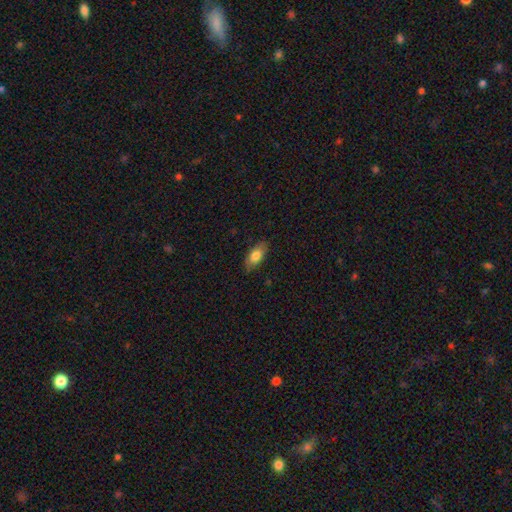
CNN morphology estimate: Smooth or featured? Predicted: smooth (p=0.77). How rounded? Predicted: in between (p=0.88). Merging? Predicted: none (p=0.81).